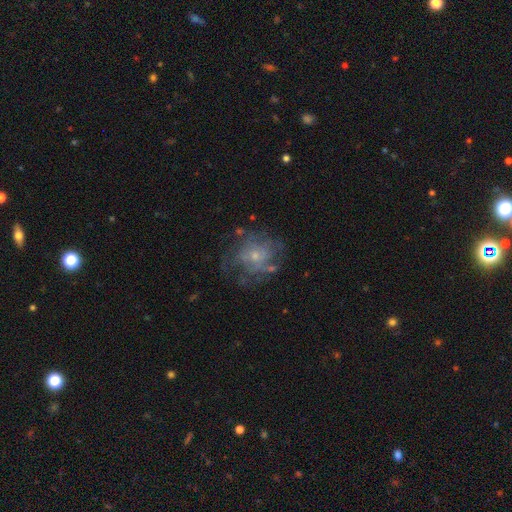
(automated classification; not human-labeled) smooth_or_featured: featured or disk (p=0.70) [alt: smooth p=0.21]
disk_edge_on: no (p=0.98) [alt: yes p=0.02]
bar: no (p=0.81) [alt: weak p=0.17]
has_spiral_arms: yes (p=0.63) [alt: no p=0.37]
bulge_size: small (p=0.67) [alt: moderate p=0.26]
merging: none (p=0.55) [alt: major disturbance p=0.21]